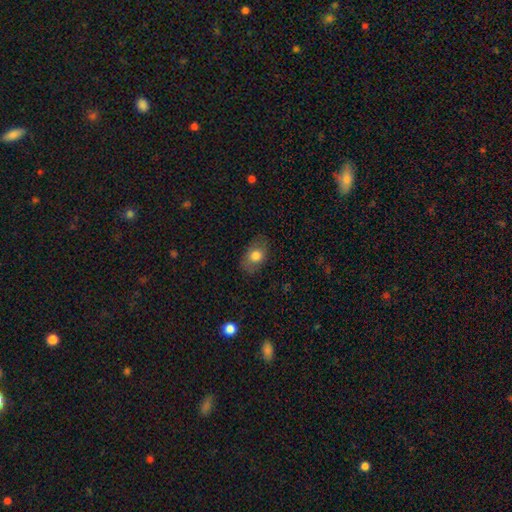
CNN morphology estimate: Overall: smooth (77%). How rounded: in between (81%). Merging: none (78%).